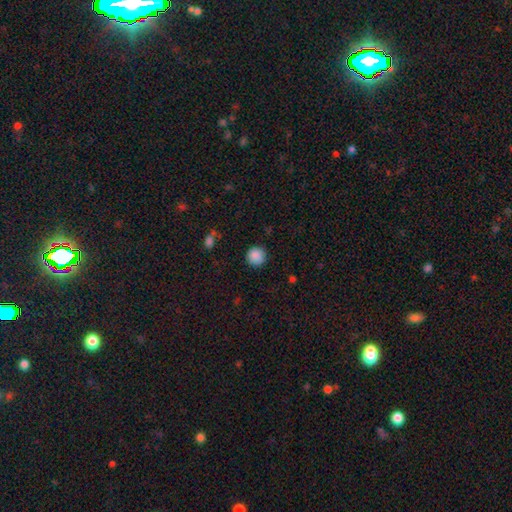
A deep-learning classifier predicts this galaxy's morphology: This appears to be a smooth galaxy with no disk features (88%) that is round (94%). Merging: none (87%).